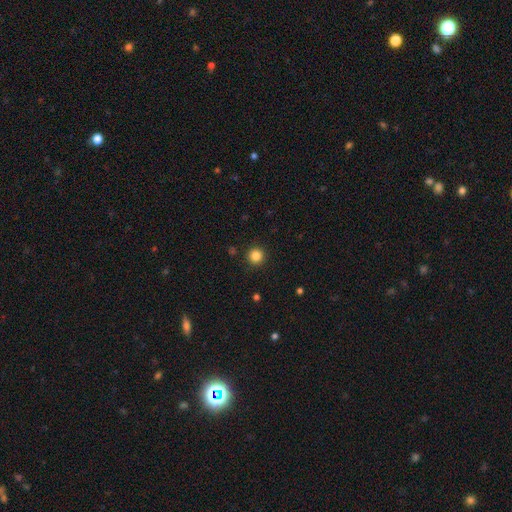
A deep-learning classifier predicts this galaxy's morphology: Smooth or featured: smooth — 84% (star or artifact — 12%)
How rounded: round — 96% (in between — 3%)
Merging: none — 92% (minor disturbance — 5%)